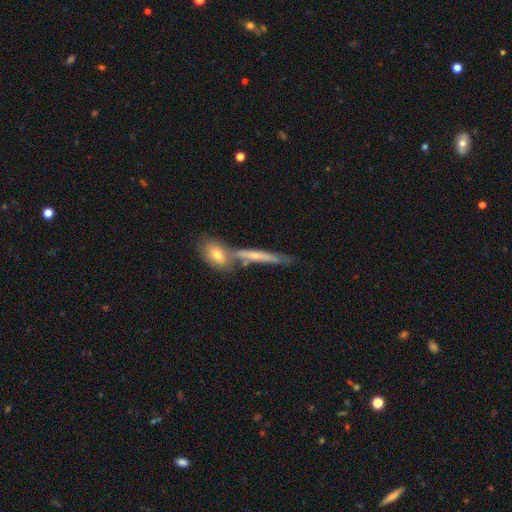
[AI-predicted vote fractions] Smooth or featured?
  - smooth: 48% *
  - featured or disk: 45%
  - star or artifact: 7%
Merging?
  - none: 54% *
  - merger: 30%
  - minor disturbance: 13%
  - major disturbance: 4%